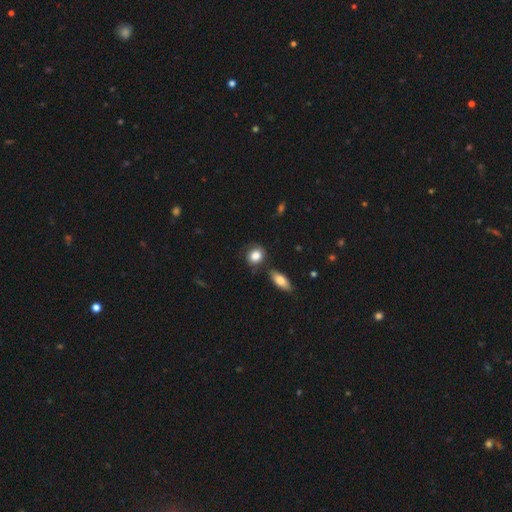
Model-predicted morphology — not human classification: Smooth or featured?
  - smooth: 83% *
  - featured or disk: 9%
  - star or artifact: 7%
How rounded?
  - round: 61% *
  - in between: 37%
  - cigar-shaped: 2%
Merging?
  - none: 68% *
  - minor disturbance: 18%
  - merger: 9%
  - major disturbance: 5%